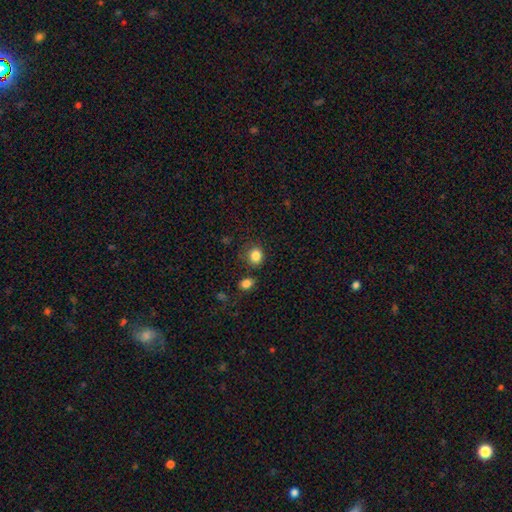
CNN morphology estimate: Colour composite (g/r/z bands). It shows a smooth galaxy with no disk features (85%) that is round (73%). Merging: none (77%).